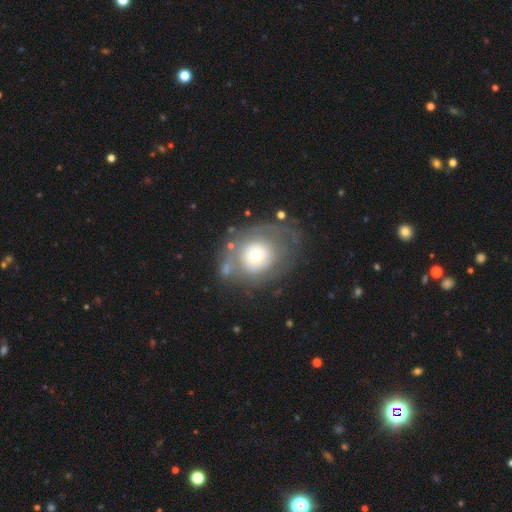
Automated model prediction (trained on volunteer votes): Overall: featured or disk (53%; smooth 39%). Edge-on disk: no (95%). Bar: no (88%). Spiral arms: no (67%; yes 33%). Bulge size: moderate (47%; small 39%). Merging: none (56%; minor disturbance 20%).